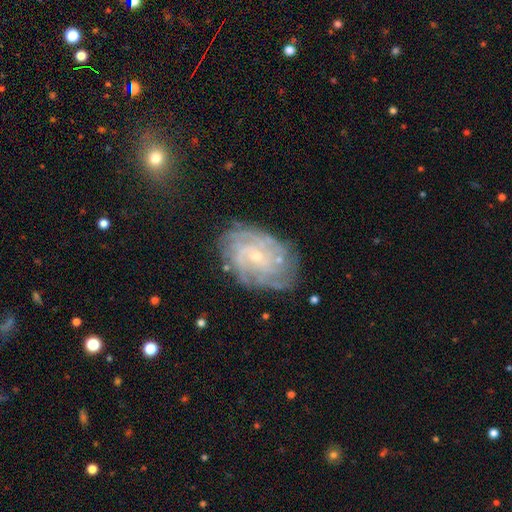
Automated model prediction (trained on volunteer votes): Overall: featured or disk (82%). Edge-on disk: no (97%). Bar: no (67%; weak 28%). Spiral arms: yes (94%). Spiral arm count: can't tell (40%; 4 20%). Spiral winding: tight (71%). Bulge size: small (77%). Merging: none (73%).